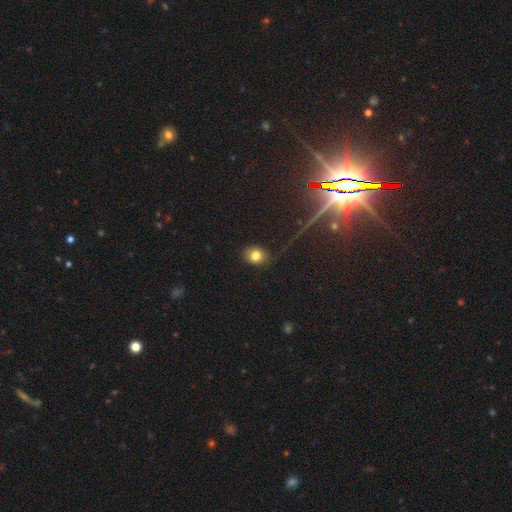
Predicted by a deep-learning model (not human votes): Smooth or featured: smooth — 79% (star or artifact — 13%)
How rounded: round — 60% (in between — 39%)
Merging: none — 85% (minor disturbance — 11%)